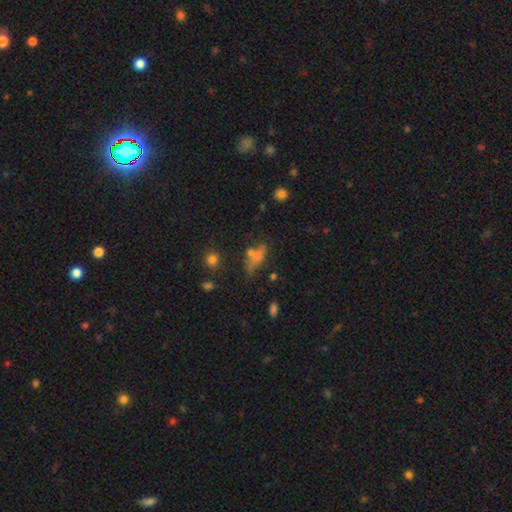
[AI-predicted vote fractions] Smooth or featured: smooth — 61% (featured or disk — 24%)
How rounded: in between — 68% (cigar-shaped — 24%)
Merging: none — 40% (minor disturbance — 24%)